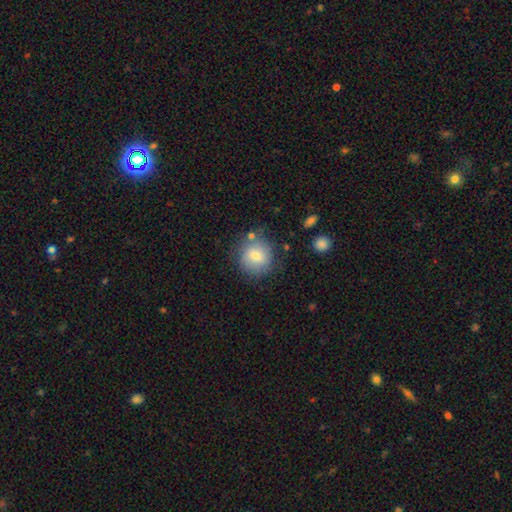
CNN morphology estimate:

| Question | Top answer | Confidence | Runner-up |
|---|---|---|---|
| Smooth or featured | smooth | 76% | featured or disk (15%) |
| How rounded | round | 88% | in between (11%) |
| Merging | none | 74% | minor disturbance (16%) |